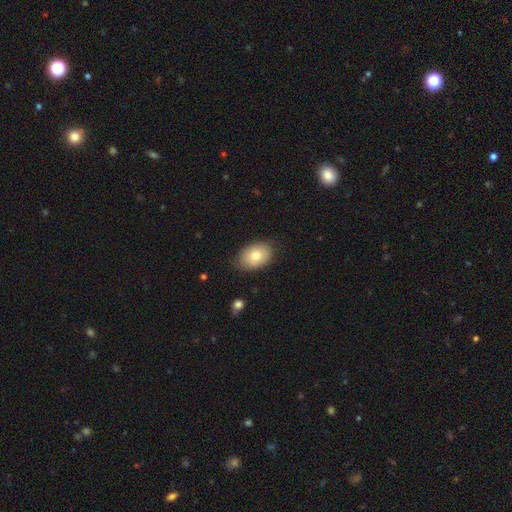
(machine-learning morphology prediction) The model was most divided on "smooth or featured": smooth: 78%, featured or disk: 14%, star or artifact: 7%. More confident: how rounded — in between (84%); merging — none (81%).